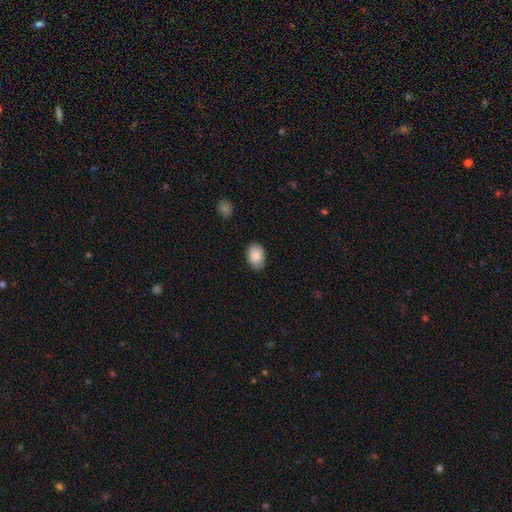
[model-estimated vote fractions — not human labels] Smooth or featured? Predicted: smooth (p=0.85). How rounded? Predicted: in between (p=0.83). Merging? Predicted: none (p=0.86).